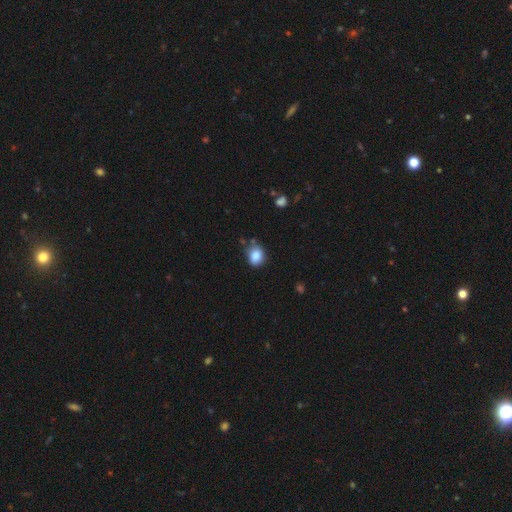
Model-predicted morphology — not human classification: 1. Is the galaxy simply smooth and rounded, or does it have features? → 86% smooth, 9% star or artifact, 5% featured or disk.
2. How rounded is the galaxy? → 53% round, 46% in between, 1% cigar-shaped.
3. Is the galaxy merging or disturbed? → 67% none, 23% minor disturbance, 5% merger, 5% major disturbance.